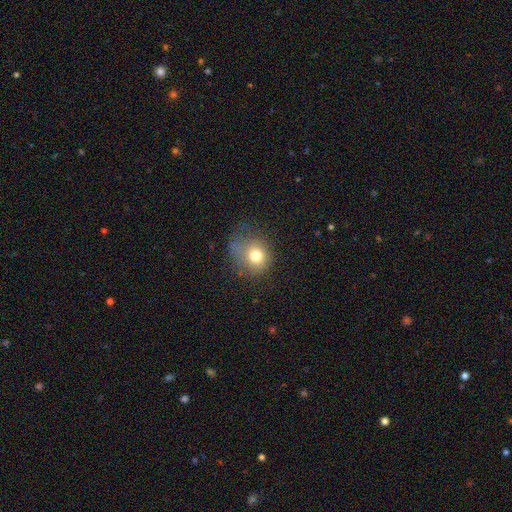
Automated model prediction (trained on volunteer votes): This appears to be a smooth galaxy with no disk features (74%) that is round (69%). Merging: none (42%).